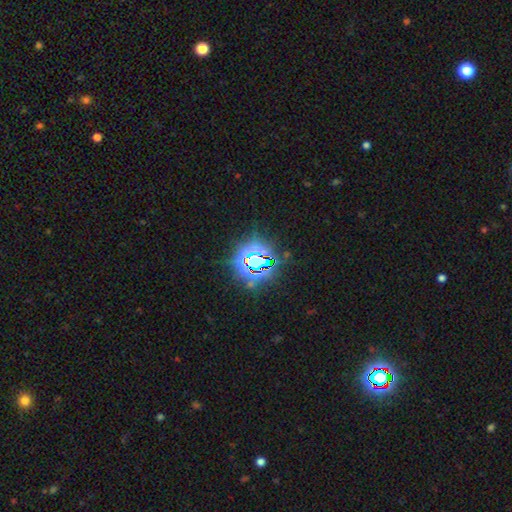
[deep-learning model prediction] Overall: star or artifact (78%).